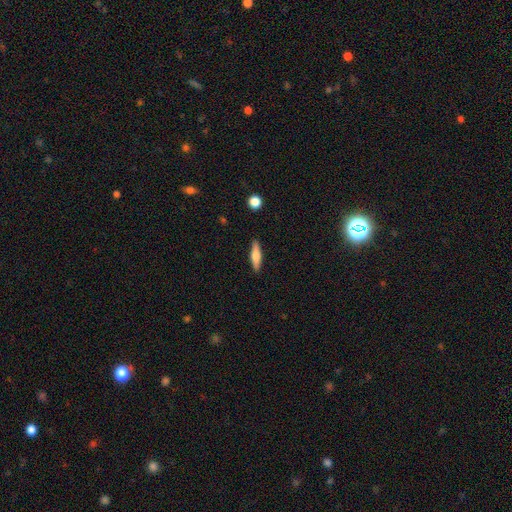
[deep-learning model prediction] This is possibly a smooth galaxy (56%). How rounded: likely cigar-shaped (70%). Merging: clearly none (89%).